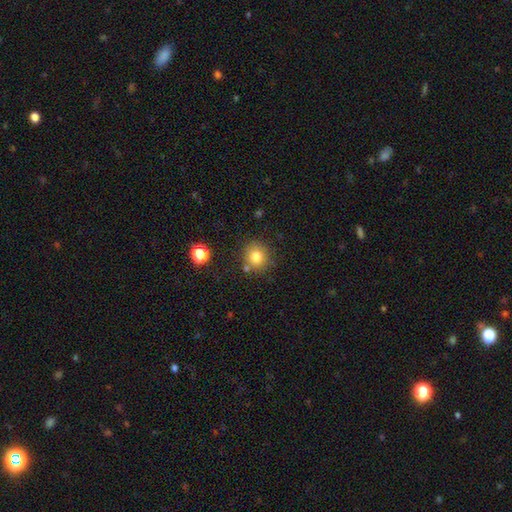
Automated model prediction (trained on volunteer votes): Overall: smooth (79%). How rounded: round (86%). Merging: none (78%).